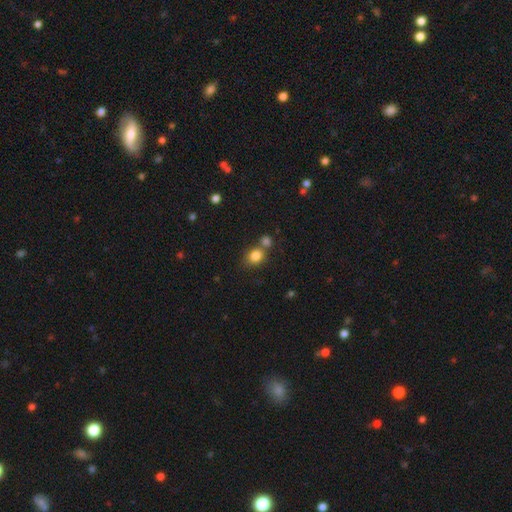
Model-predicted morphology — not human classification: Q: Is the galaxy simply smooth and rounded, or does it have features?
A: smooth — 83%.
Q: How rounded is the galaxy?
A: round — 64%.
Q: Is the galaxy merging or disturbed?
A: none — 56%.